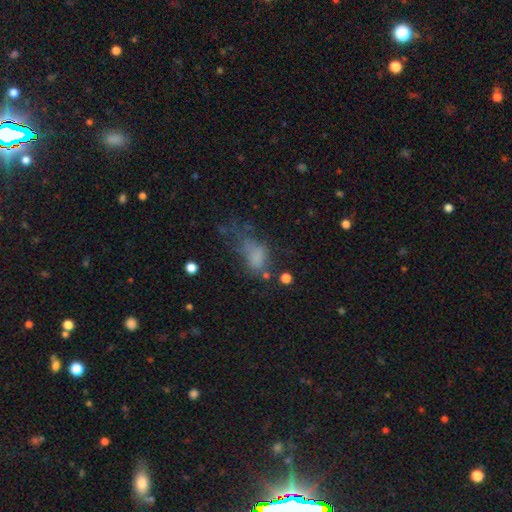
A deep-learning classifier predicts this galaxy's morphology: The model was most divided on "merging": major disturbance: 45%, none: 24%, minor disturbance: 22%, merger: 9%. More confident: how rounded — in between (80%); smooth or featured — smooth (60%).